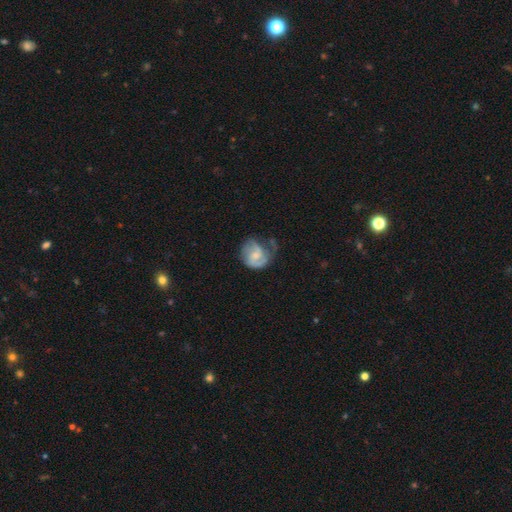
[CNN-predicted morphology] Smooth or featured: featured or disk — 65% (smooth — 29%)
Edge-on disk: no — 98% (yes — 2%)
Bar: no — 57% (weak — 37%)
Spiral arms: yes — 86% (no — 14%)
Spiral winding: medium — 42% (tight — 36%)
Spiral arm count: 2 — 50% (1 — 23%)
Bulge size: small — 38% (moderate — 37%)
Merging: none — 39% (minor disturbance — 29%)